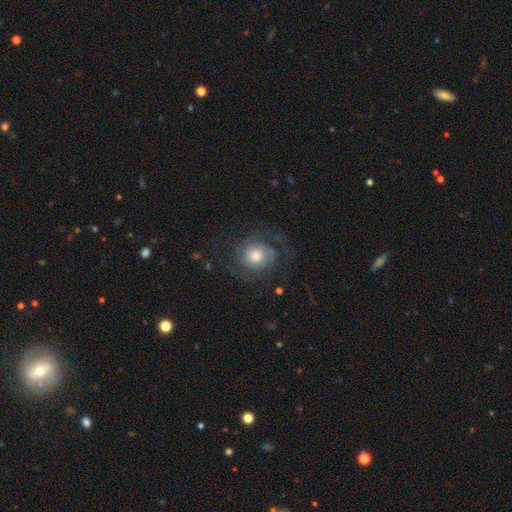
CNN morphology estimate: Overall: featured or disk (69%). Edge-on disk: no (98%). Bar: no (78%). Spiral arms: yes (91%). Spiral arm count: 2 (61%). Spiral winding: medium (42%; tight 37%). Bulge size: moderate (53%; large 28%). Merging: none (69%).